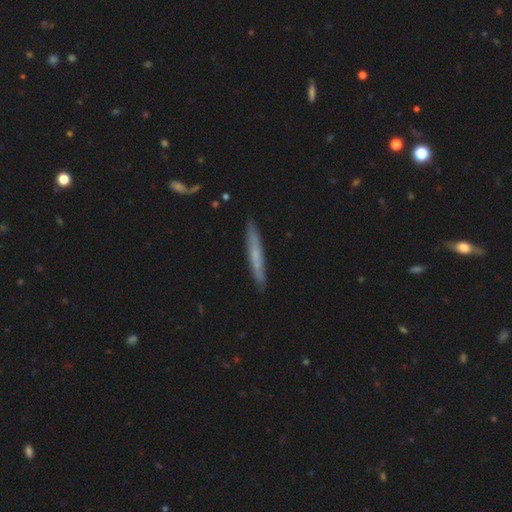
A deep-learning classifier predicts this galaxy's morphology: smooth-or-featured: smooth: 52% | featured or disk: 42% | star or artifact: 6%
  how-rounded: cigar-shaped: 95% | in between: 3% | round: 1%
  merging: none: 87% | minor disturbance: 10% | major disturbance: 2% | merger: 1%